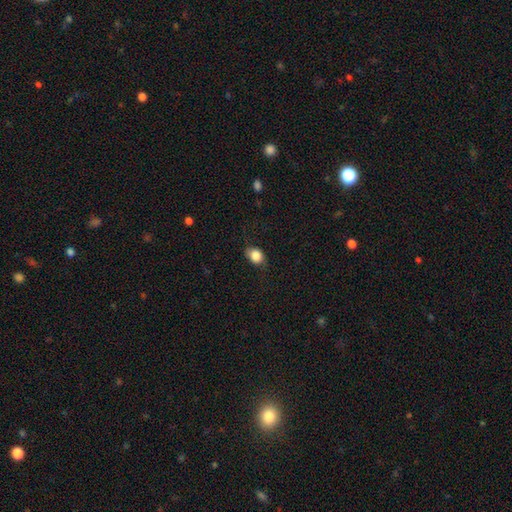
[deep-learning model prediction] smooth_or_featured: smooth (p=0.84) [alt: star or artifact p=0.08]
how_rounded: in between (p=0.55) [alt: round p=0.43]
merging: none (p=0.72) [alt: minor disturbance p=0.21]